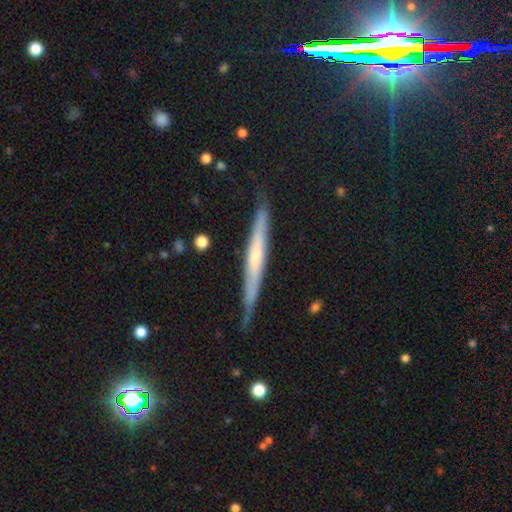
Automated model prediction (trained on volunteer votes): The model was most divided on "edge-on bulge": none: 54%, rounded: 37%, boxy: 10%. More confident: edge-on disk — yes (93%); merging — none (73%); smooth or featured — featured or disk (57%).